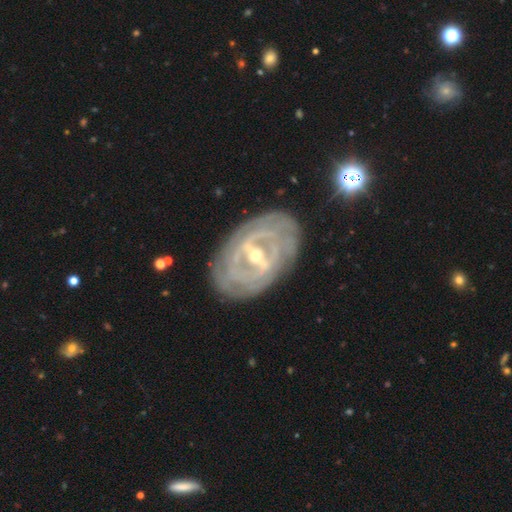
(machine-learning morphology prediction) Overall: featured or disk (87%). Edge-on disk: no (94%). Bar: strong (56%; weak 34%). Spiral arms: yes (90%). Spiral arm count: can't tell (42%; 2 21%). Spiral winding: tight (76%). Bulge size: small (50%; moderate 46%). Merging: none (80%).